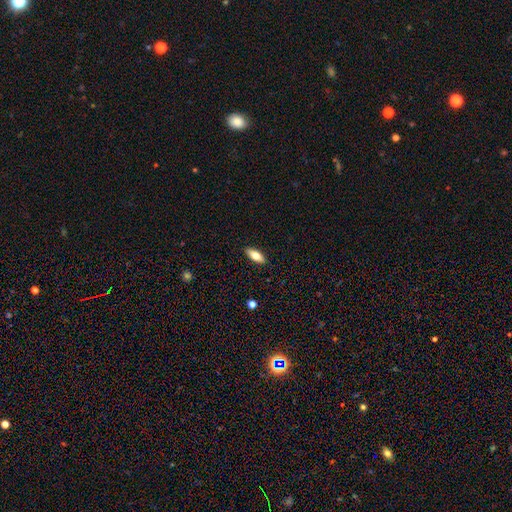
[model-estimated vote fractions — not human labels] Smooth or featured? smooth (68%)
How rounded? in between (75%)
Merging? none (90%)